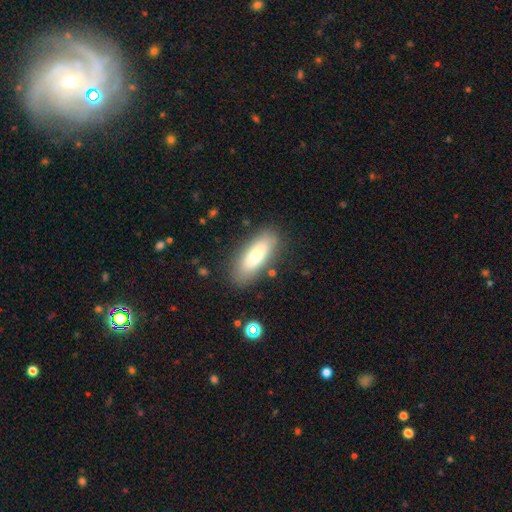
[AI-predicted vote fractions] Smooth or featured? Predicted: smooth (p=0.75). How rounded? Predicted: in between (p=0.71). Merging? Predicted: none (p=0.82).